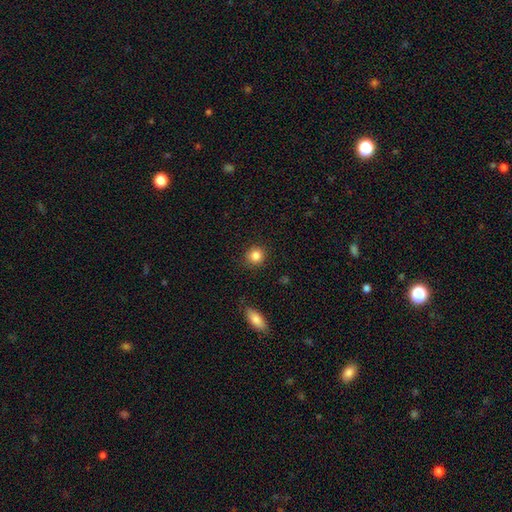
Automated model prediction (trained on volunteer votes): A smooth galaxy with no disk features (85%) that is round (90%).

Vote fractions:
- Smooth or featured? smooth: 85% / star or artifact: 10% / featured or disk: 5%
- How rounded? round: 90% / in between: 9% / cigar-shaped: 1%
- Merging? none: 89% / minor disturbance: 8% / major disturbance: 2% / merger: 1%